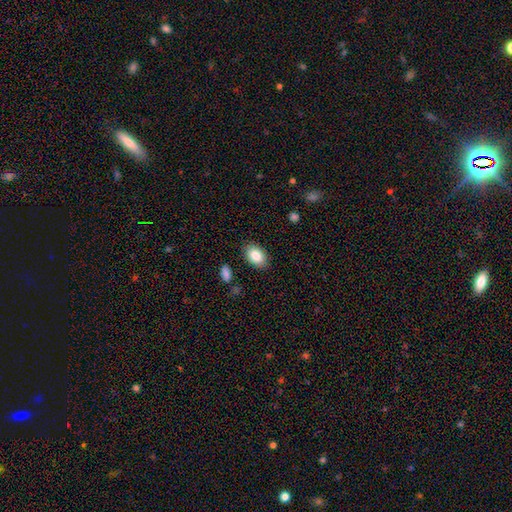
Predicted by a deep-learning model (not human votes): Smooth or featured? Predicted: smooth (p=0.86). How rounded? Predicted: in between (p=0.88). Merging? Predicted: none (p=0.86).